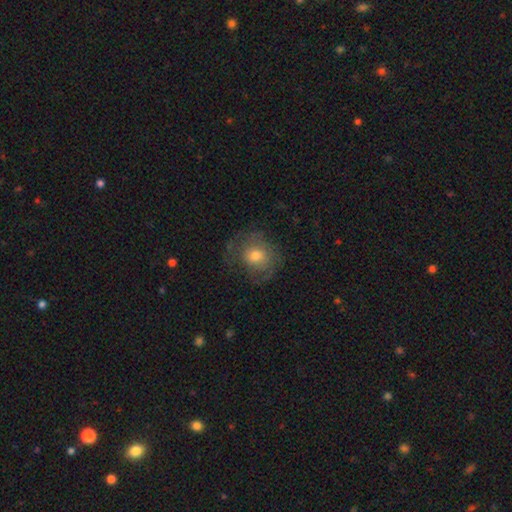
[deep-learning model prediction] Smooth or featured: smooth — 58% (featured or disk — 32%)
How rounded: round — 79% (in between — 20%)
Merging: none — 61% (minor disturbance — 20%)